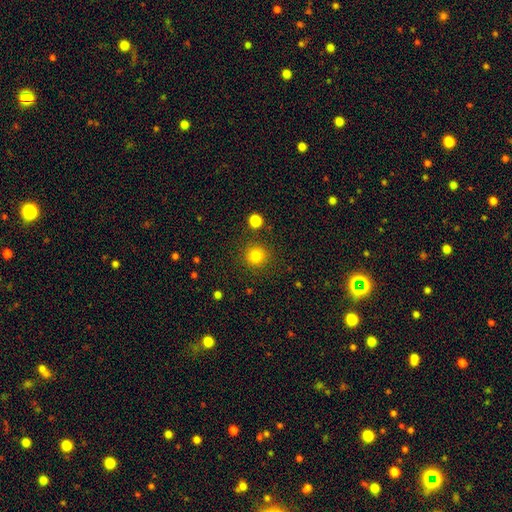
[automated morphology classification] Smooth or featured? smooth (82%)
How rounded? round (94%)
Merging? none (88%)